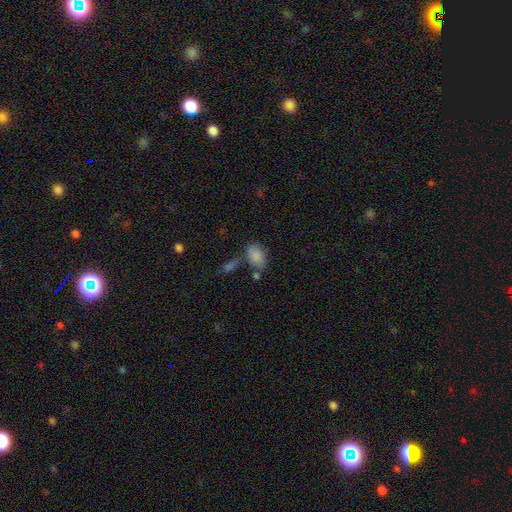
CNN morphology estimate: Smooth or featured? smooth (85%)
How rounded? in between (88%)
Merging? none (58%)